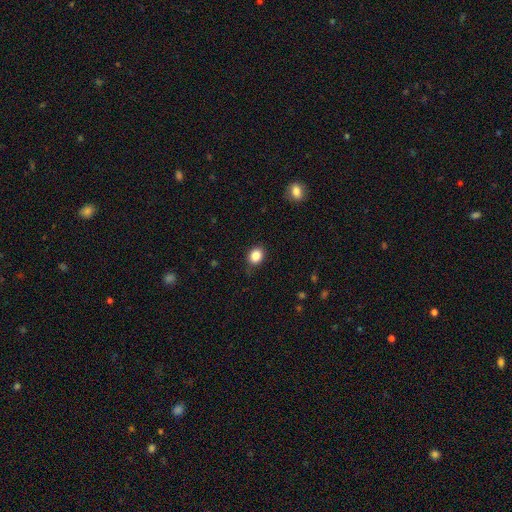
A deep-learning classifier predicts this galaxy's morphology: A smooth galaxy with no disk features (86%) that is round (55%).

Vote fractions:
- Smooth or featured? smooth: 86% / star or artifact: 10% / featured or disk: 4%
- How rounded? round: 55% / in between: 44% / cigar-shaped: 1%
- Merging? none: 83% / minor disturbance: 13% / major disturbance: 3% / merger: 1%